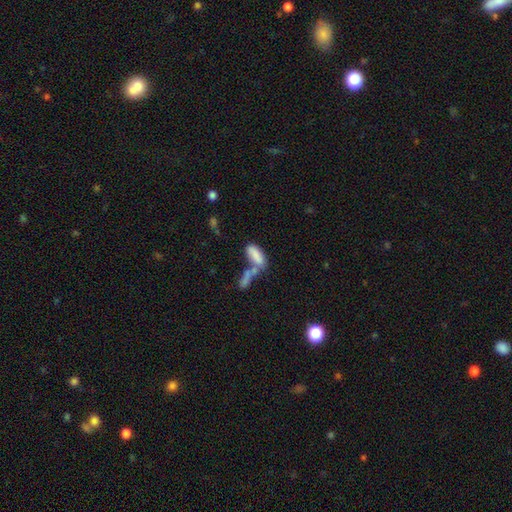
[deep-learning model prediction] Smooth or featured: smooth — 80% (featured or disk — 12%)
How rounded: in between — 74% (cigar-shaped — 23%)
Merging: merger — 50% (none — 30%)